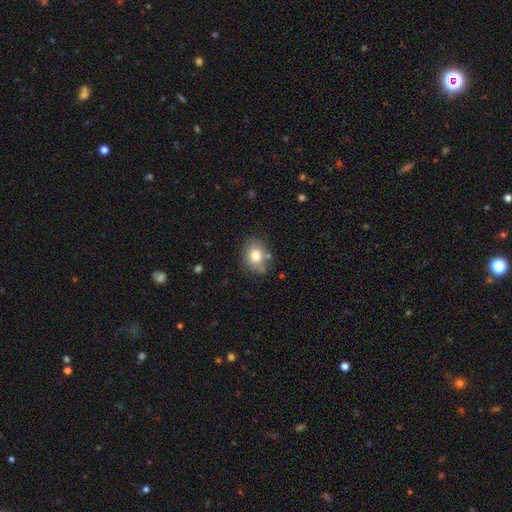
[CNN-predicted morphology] This is likely a smooth galaxy (77%). How rounded: possibly in between (53%). Merging: likely none (75%).